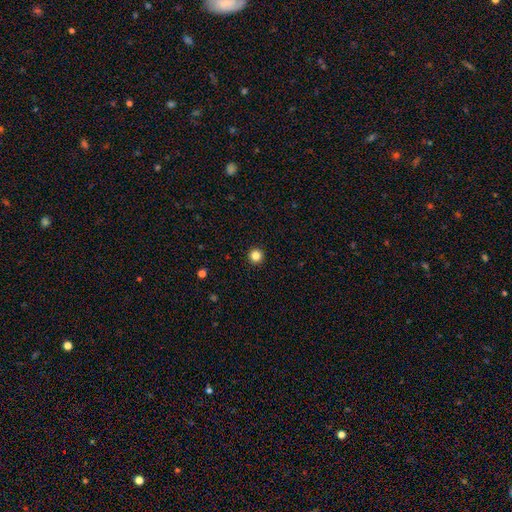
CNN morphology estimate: Overall: smooth (84%). How rounded: round (96%). Merging: none (94%).